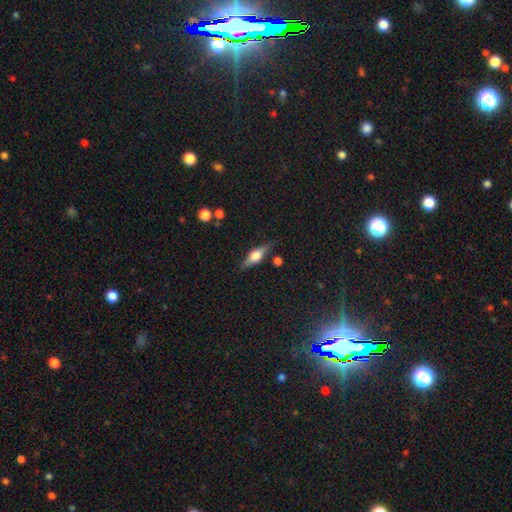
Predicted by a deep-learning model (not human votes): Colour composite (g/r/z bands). It shows a featured or disk galaxy (58%) viewed edge-on (94%) with a rounded central bulge (90%). Merging: none (81%).